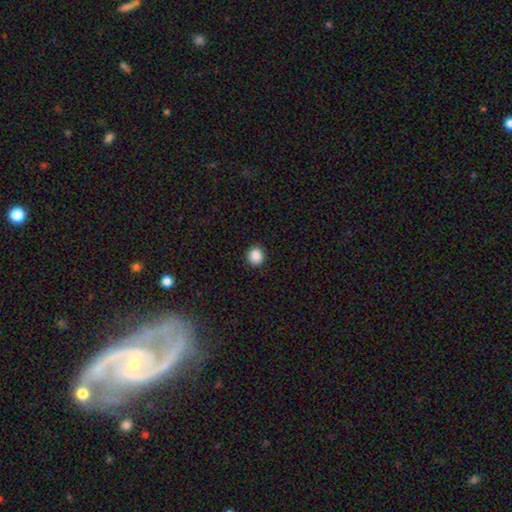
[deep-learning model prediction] Smooth or featured? smooth (89%)
How rounded? round (86%)
Merging? none (92%)